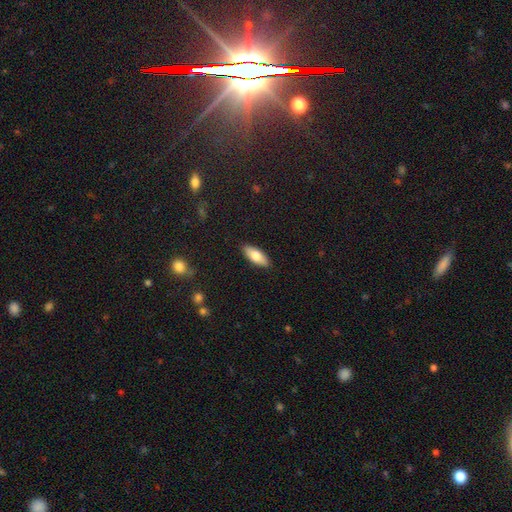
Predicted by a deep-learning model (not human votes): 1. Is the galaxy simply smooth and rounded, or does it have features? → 77% smooth, 17% featured or disk, 6% star or artifact.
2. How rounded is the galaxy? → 77% in between, 20% cigar-shaped, 2% round.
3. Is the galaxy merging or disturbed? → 89% none, 8% minor disturbance, 2% major disturbance, 1% merger.